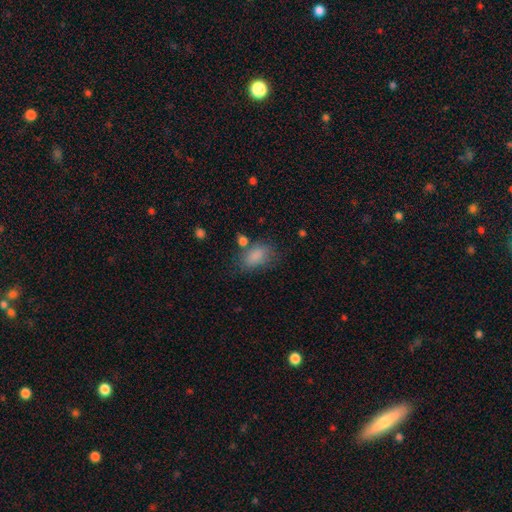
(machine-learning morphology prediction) smooth-or-featured: smooth: 83% | star or artifact: 9% | featured or disk: 8%
  how-rounded: in between: 87% | round: 11% | cigar-shaped: 2%
  merging: none: 60% | minor disturbance: 22% | major disturbance: 10% | merger: 8%